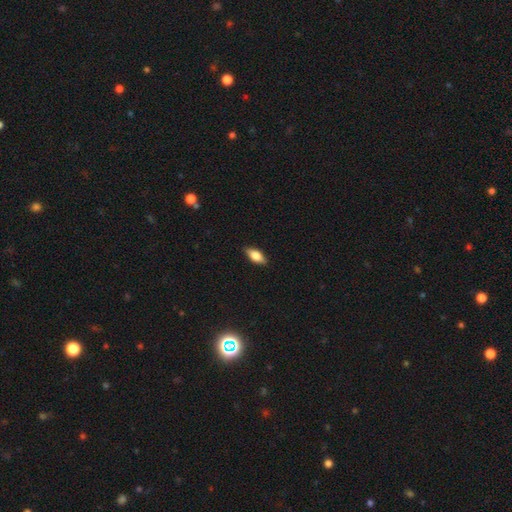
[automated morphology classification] A smooth galaxy with no disk features (72%) that is in between round and cigar-shaped (83%). Merging: none (88%).